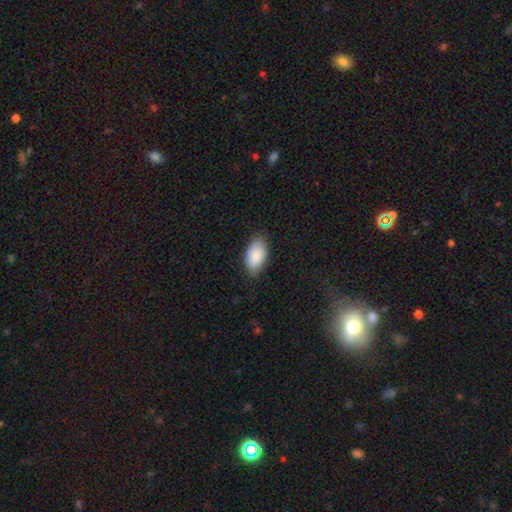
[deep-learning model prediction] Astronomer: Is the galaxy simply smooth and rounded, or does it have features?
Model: smooth — 87%.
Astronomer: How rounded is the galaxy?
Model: in between — 95%.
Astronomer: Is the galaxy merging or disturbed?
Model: none — 81%.